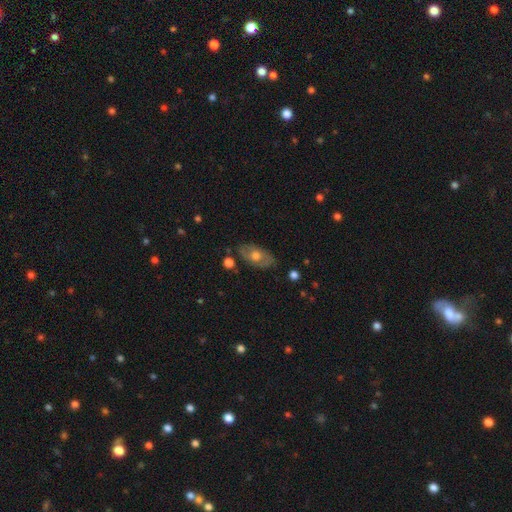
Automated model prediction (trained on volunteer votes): Smooth or featured?
  - featured or disk: 47% *
  - smooth: 46%
  - star or artifact: 7%
Merging?
  - none: 78% *
  - minor disturbance: 15%
  - major disturbance: 4%
  - merger: 2%